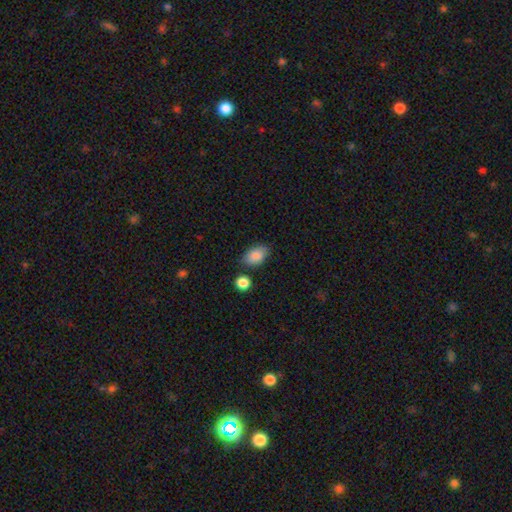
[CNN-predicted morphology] Smooth or featured: smooth — 87% (star or artifact — 7%)
How rounded: in between — 89% (round — 10%)
Merging: none — 76% (minor disturbance — 16%)